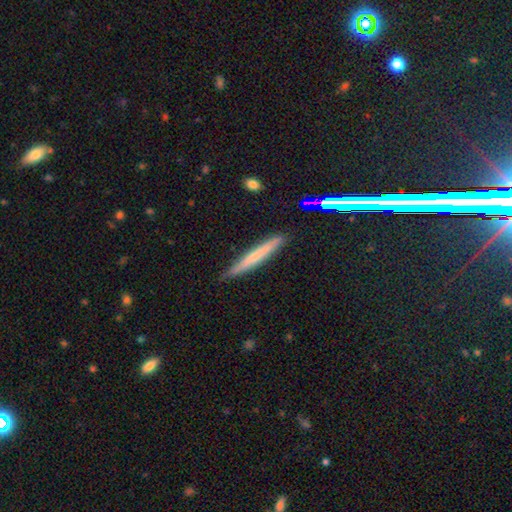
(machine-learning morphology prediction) This appears to be a smooth galaxy with no disk features (55%) that is cigar-shaped (95%). Merging: none (86%).